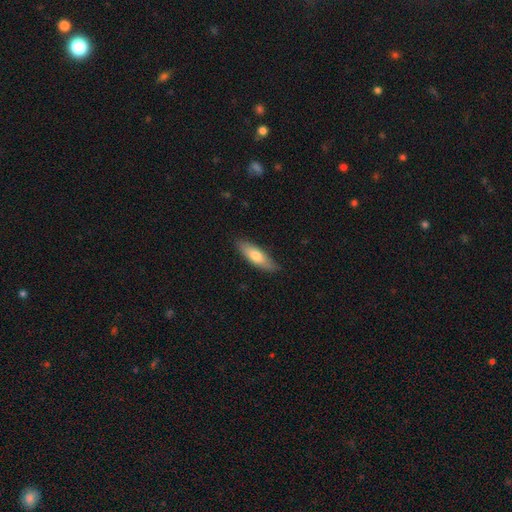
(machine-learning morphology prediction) type=smooth (70%); roundness=in between (49%, tied with cigar-shaped); merging=none (83%).